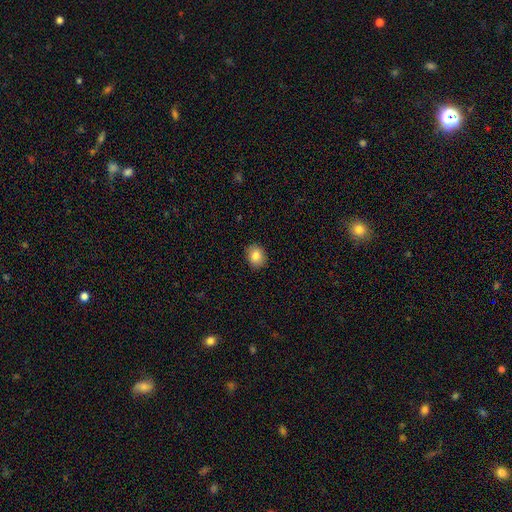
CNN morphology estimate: Smooth or featured? smooth (84%)
How rounded? round (56%)
Merging? none (89%)